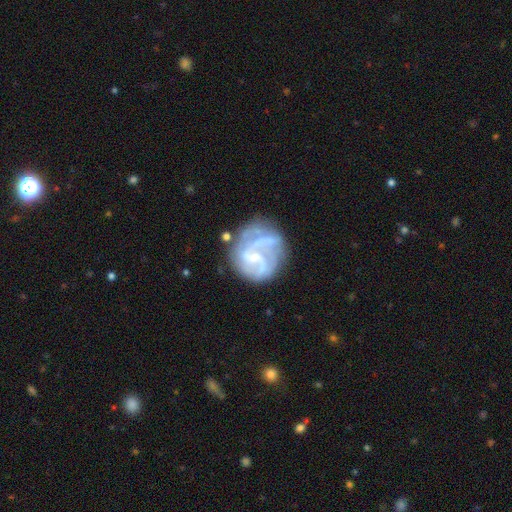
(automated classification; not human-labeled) Morphology: type=featured or disk (78%); edge-on=no (98%); bar=weak (45%); spiral arms=yes (86%); winding=medium (42%); arm count=2 (28%, tied with can't tell); bulge=small (64%); merging=none (56%).